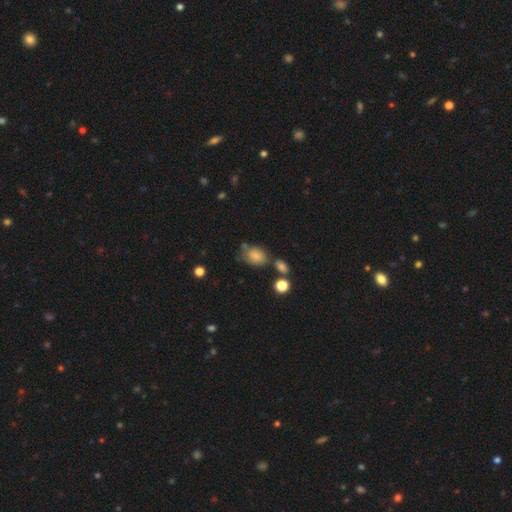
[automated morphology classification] Overall: smooth (81%). How rounded: in between (71%). Merging: none (54%; minor disturbance 23%).